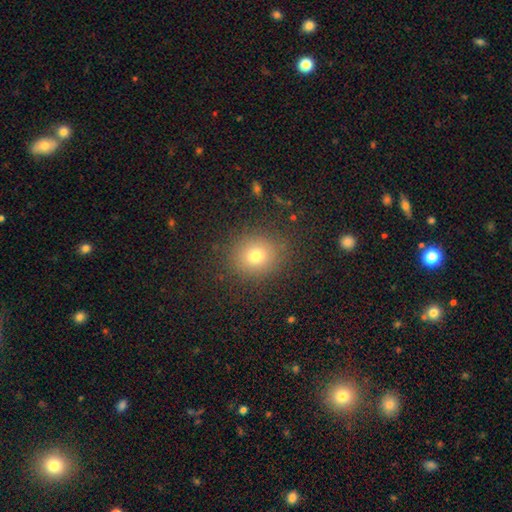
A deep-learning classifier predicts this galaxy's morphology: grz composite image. It shows a smooth galaxy with no disk features (73%) that is round (81%). Merging: none (87%).